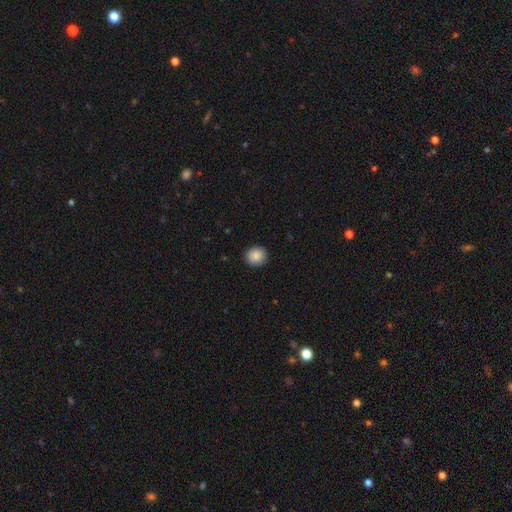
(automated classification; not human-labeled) Smooth or featured: smooth — 88% (star or artifact — 8%)
How rounded: round — 87% (in between — 12%)
Merging: none — 92% (minor disturbance — 6%)